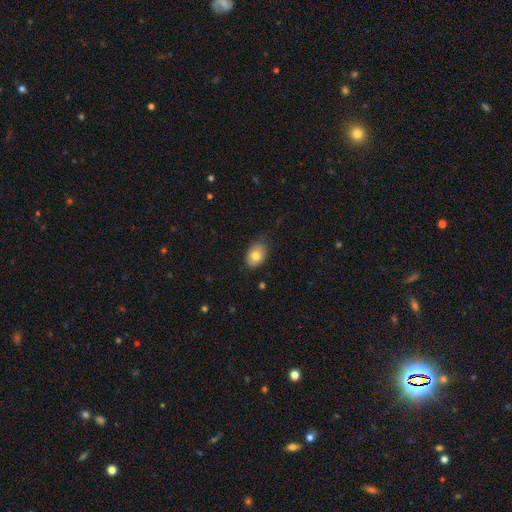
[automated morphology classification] smooth_or_featured: smooth (p=0.79) [alt: featured or disk p=0.14]
how_rounded: in between (p=0.79) [alt: round p=0.20]
merging: none (p=0.74) [alt: minor disturbance p=0.21]